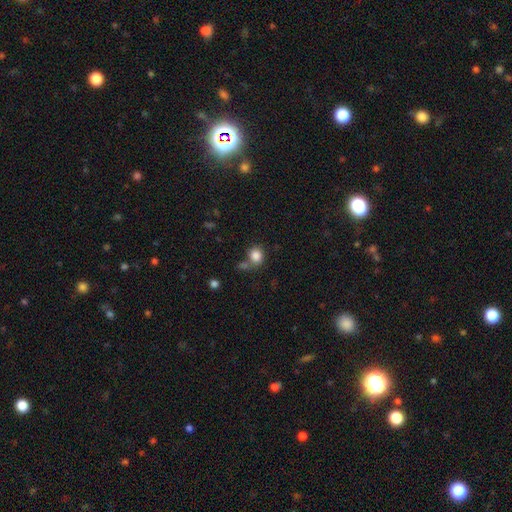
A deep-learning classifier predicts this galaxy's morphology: Smooth or featured?
  - smooth: 85% *
  - star or artifact: 10%
  - featured or disk: 5%
How rounded?
  - round: 78% *
  - in between: 21%
  - cigar-shaped: 1%
Merging?
  - none: 59% *
  - merger: 21%
  - minor disturbance: 14%
  - major disturbance: 6%